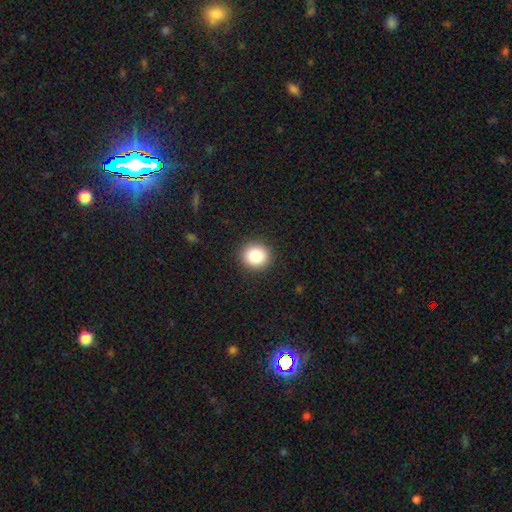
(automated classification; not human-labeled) Smooth or featured: smooth — 87% (star or artifact — 9%)
How rounded: round — 89% (in between — 10%)
Merging: none — 91% (minor disturbance — 6%)